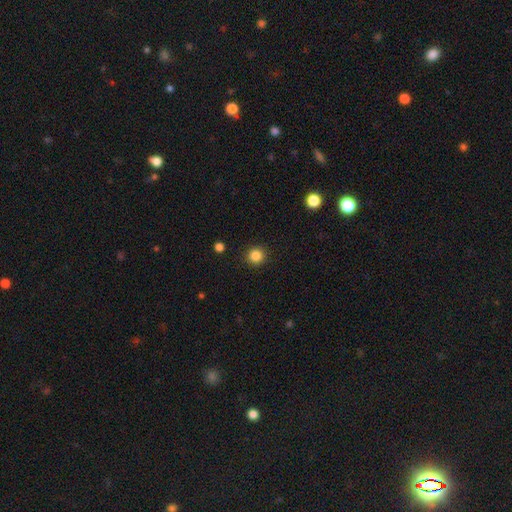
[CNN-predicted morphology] This is clearly a smooth galaxy (85%). How rounded: clearly round (94%). Merging: clearly none (92%).